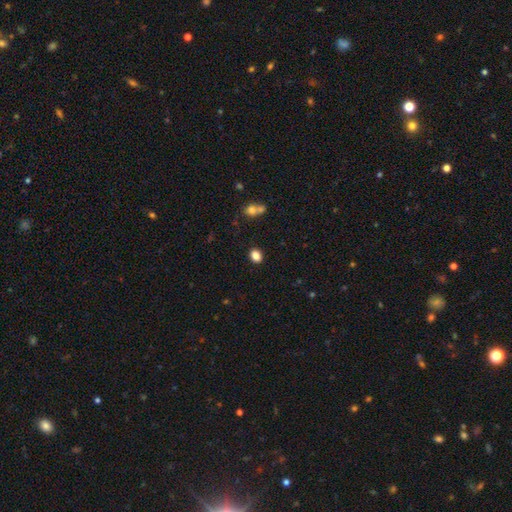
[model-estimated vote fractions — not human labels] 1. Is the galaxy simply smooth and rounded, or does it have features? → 85% smooth, 11% star or artifact, 4% featured or disk.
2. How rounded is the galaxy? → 56% in between, 43% round, 1% cigar-shaped.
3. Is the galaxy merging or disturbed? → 87% none, 8% minor disturbance, 3% merger, 2% major disturbance.